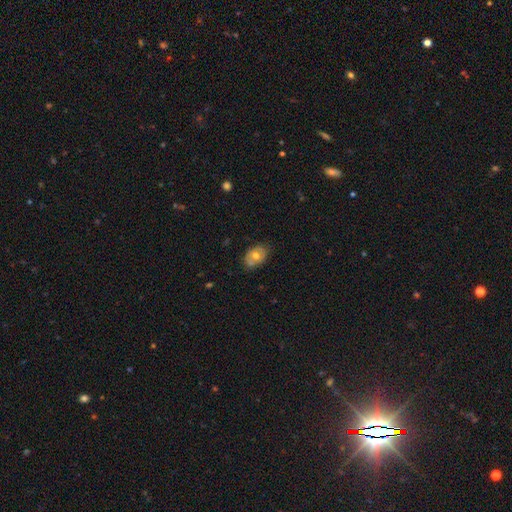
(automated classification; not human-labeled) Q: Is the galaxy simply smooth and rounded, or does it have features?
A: smooth — 55%.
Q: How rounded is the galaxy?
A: in between — 76%.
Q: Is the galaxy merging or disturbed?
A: none — 71%.